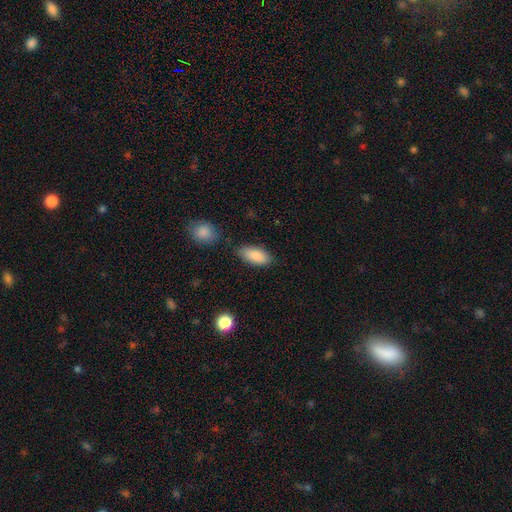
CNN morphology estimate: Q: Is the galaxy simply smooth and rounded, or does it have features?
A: smooth — 87%.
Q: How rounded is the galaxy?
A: in between — 89%.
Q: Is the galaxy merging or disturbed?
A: none — 77%.